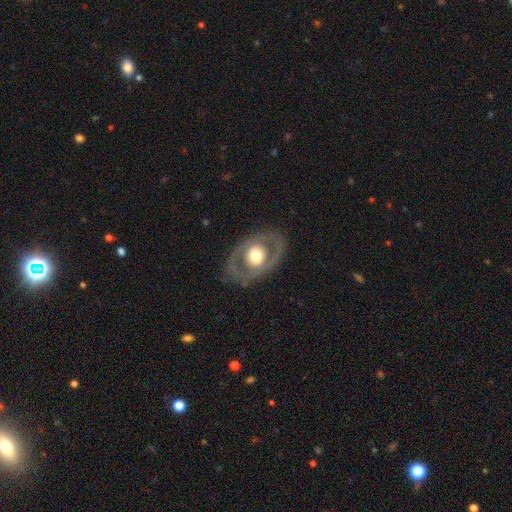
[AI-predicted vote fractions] Smooth or featured: featured or disk — 61% (smooth — 34%)
Edge-on disk: no — 92% (yes — 8%)
Bar: no — 85% (weak — 11%)
Spiral arms: no — 80% (yes — 20%)
Bulge size: moderate — 49% (large — 41%)
Merging: none — 78% (minor disturbance — 13%)